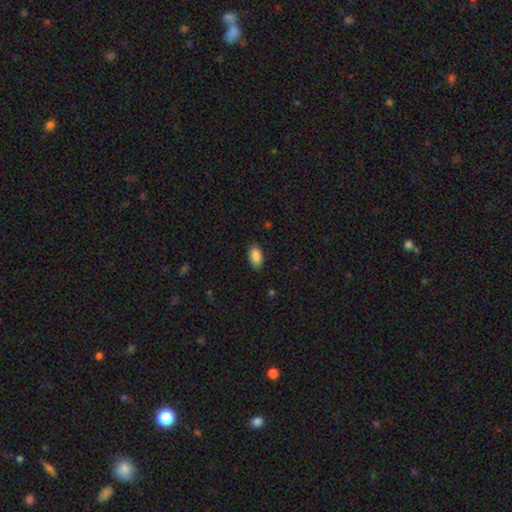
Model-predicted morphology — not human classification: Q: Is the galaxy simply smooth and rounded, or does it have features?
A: smooth — 88%.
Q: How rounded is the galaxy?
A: in between — 93%.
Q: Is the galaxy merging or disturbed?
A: none — 83%.